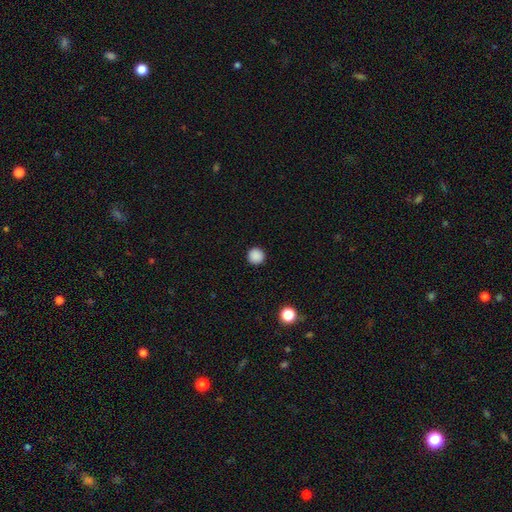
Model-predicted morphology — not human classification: Smooth or featured?
  - smooth: 88% *
  - star or artifact: 10%
  - featured or disk: 2%
How rounded?
  - round: 96% *
  - in between: 3%
  - cigar-shaped: 1%
Merging?
  - none: 93% *
  - minor disturbance: 4%
  - major disturbance: 2%
  - merger: 1%